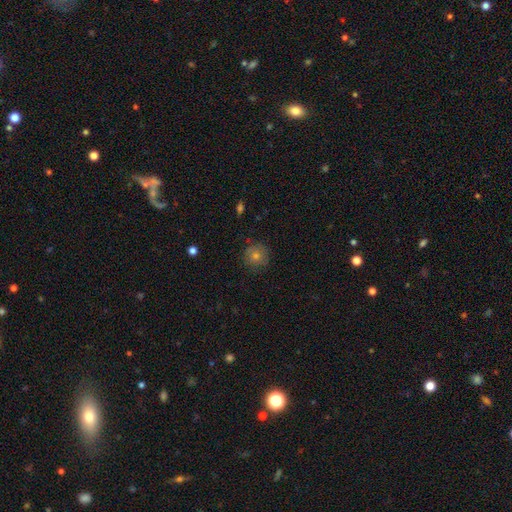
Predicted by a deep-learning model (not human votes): This is likely a smooth galaxy (65%). How rounded: clearly round (95%). Merging: clearly none (85%).